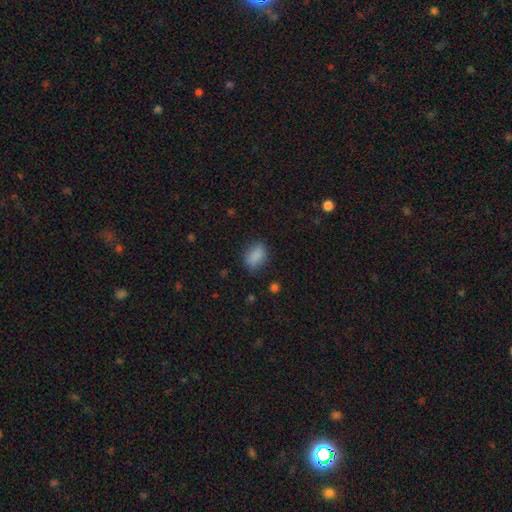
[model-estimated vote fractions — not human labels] Smooth or featured?
  - smooth: 85% *
  - star or artifact: 9%
  - featured or disk: 5%
How rounded?
  - in between: 83% *
  - round: 14%
  - cigar-shaped: 3%
Merging?
  - none: 77% *
  - minor disturbance: 17%
  - major disturbance: 5%
  - merger: 1%